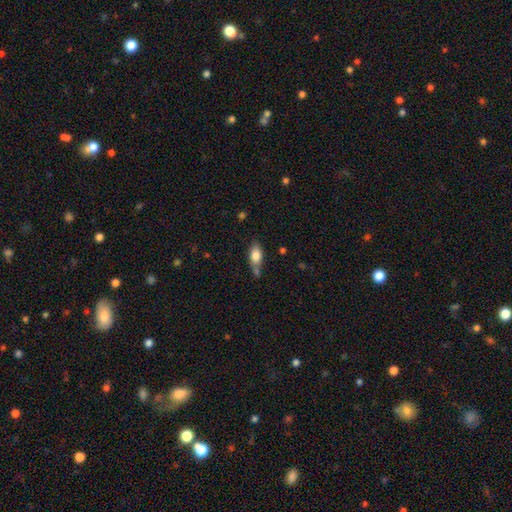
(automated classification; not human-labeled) Morphology: type=smooth (77%); roundness=in between (84%); merging=none (55%).